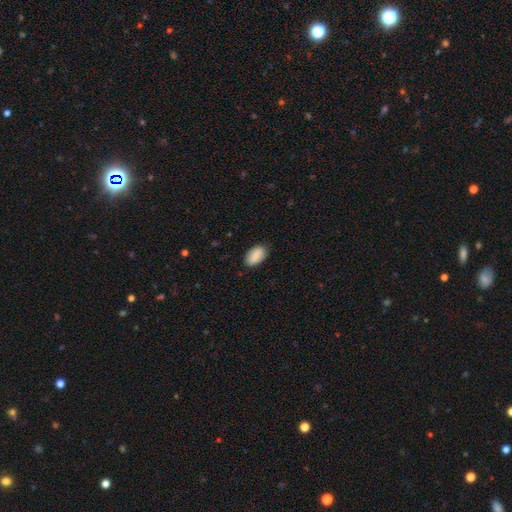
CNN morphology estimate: smooth-or-featured: smooth: 89% | star or artifact: 7% | featured or disk: 4%
  how-rounded: in between: 94% | round: 4% | cigar-shaped: 2%
  merging: none: 85% | minor disturbance: 12% | major disturbance: 2% | merger: 1%